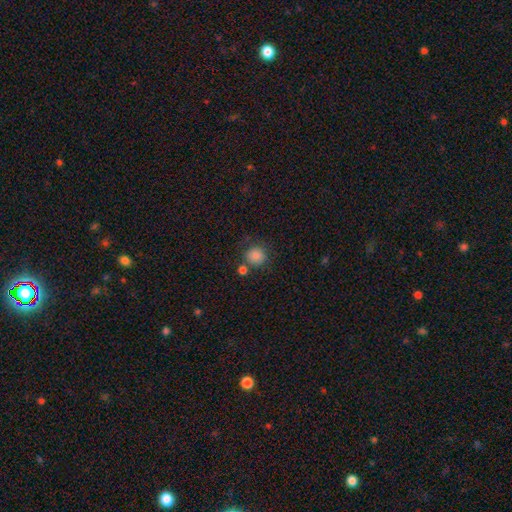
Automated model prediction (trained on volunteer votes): Smooth or featured?
  - smooth: 85% *
  - star or artifact: 10%
  - featured or disk: 5%
How rounded?
  - round: 89% *
  - in between: 10%
  - cigar-shaped: 1%
Merging?
  - none: 72% *
  - merger: 12%
  - minor disturbance: 12%
  - major disturbance: 5%